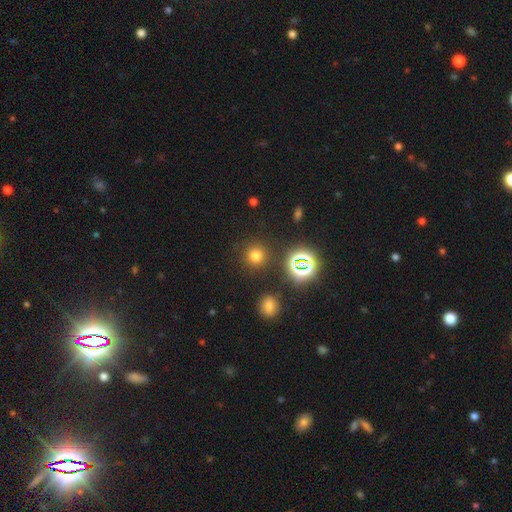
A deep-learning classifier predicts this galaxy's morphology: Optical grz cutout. It shows a smooth galaxy with no disk features (68%) that is round (93%). Merging: none (87%).